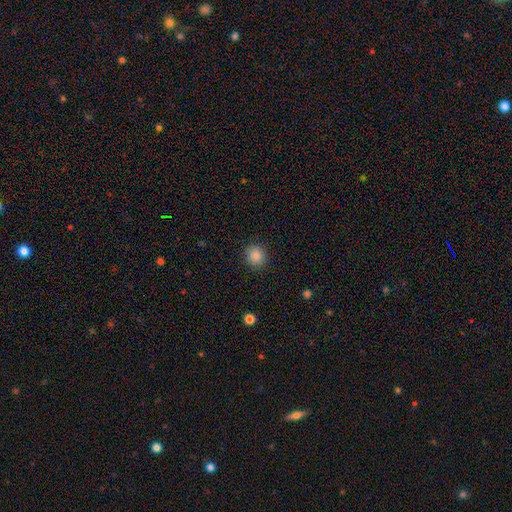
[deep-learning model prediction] Smooth or featured: smooth — 87% (star or artifact — 10%)
How rounded: round — 90% (in between — 9%)
Merging: none — 90% (minor disturbance — 6%)